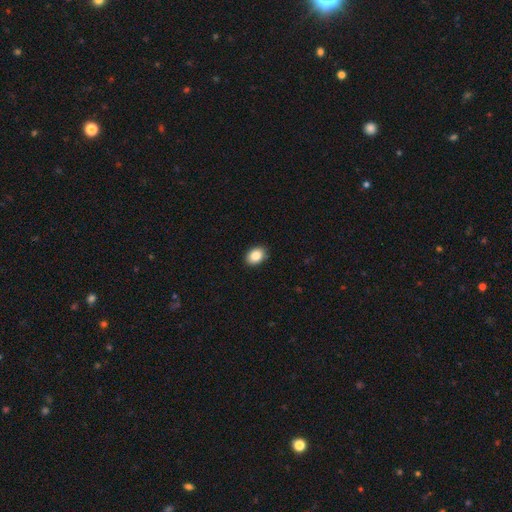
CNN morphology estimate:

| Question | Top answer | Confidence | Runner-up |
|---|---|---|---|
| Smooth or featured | smooth | 86% | star or artifact (8%) |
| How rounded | in between | 70% | round (29%) |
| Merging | none | 89% | minor disturbance (8%) |